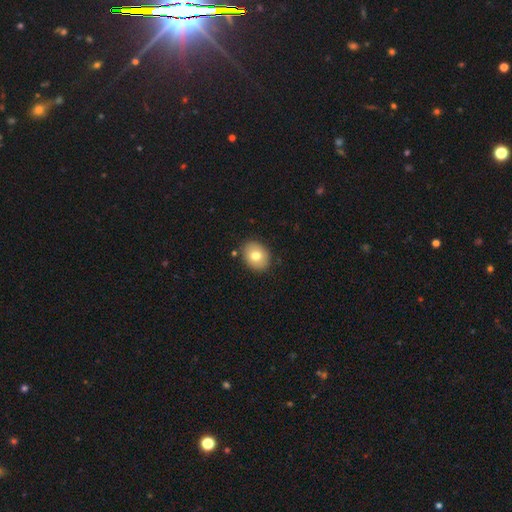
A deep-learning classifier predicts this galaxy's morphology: This appears to be a smooth galaxy with no disk features (76%) that is in between round and cigar-shaped (57%). Merging: none (87%).